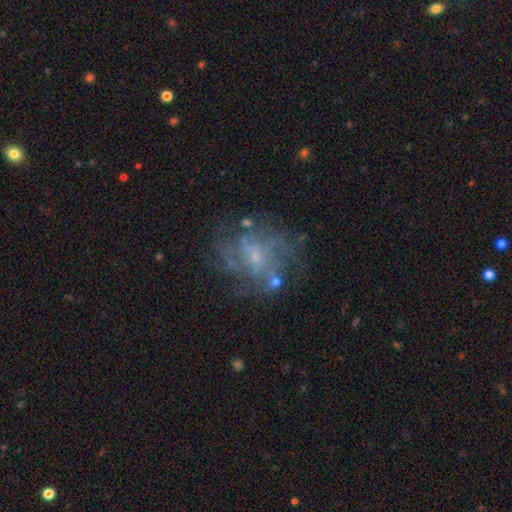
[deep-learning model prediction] Q: Smooth or featured?
A: featured or disk (73%); runner-up: smooth (16%)
Q: Edge-on disk?
A: no (98%); runner-up: yes (2%)
Q: Bar?
A: no (60%); runner-up: weak (35%)
Q: Spiral arms?
A: yes (78%); runner-up: no (22%)
Q: Spiral winding?
A: medium (42%); runner-up: tight (37%)
Q: Spiral arm count?
A: can't tell (44%); runner-up: 4 (21%)
Q: Bulge size?
A: small (67%); runner-up: moderate (20%)
Q: Merging?
A: none (65%); runner-up: minor disturbance (17%)